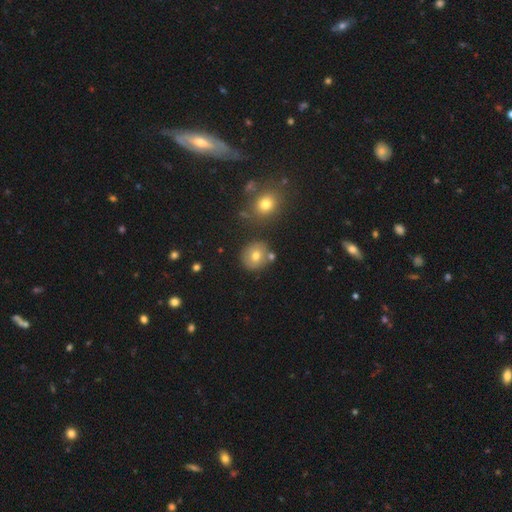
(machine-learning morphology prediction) A smooth galaxy with no disk features (71%) that is round (83%).

Vote fractions:
- Smooth or featured? smooth: 71% / featured or disk: 16% / star or artifact: 13%
- How rounded? round: 83% / in between: 16% / cigar-shaped: 1%
- Merging? none: 77% / minor disturbance: 10% / merger: 9% / major disturbance: 3%